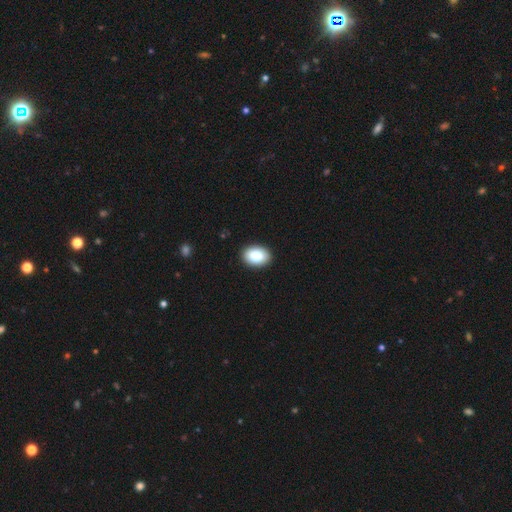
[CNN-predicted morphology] Smooth or featured? Predicted: smooth (p=0.83). How rounded? Predicted: in between (p=0.79). Merging? Predicted: none (p=0.91).